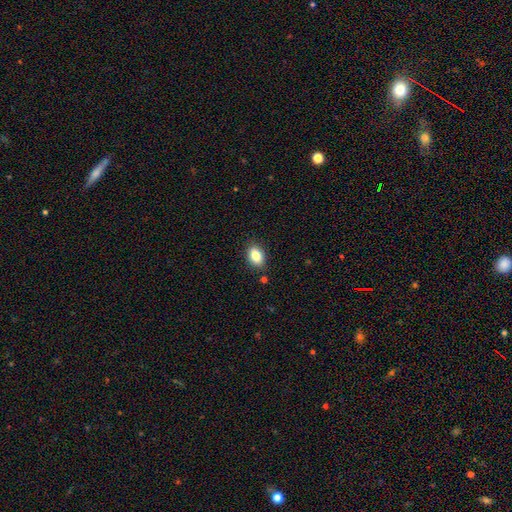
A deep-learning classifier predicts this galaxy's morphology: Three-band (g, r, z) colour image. It shows a smooth galaxy with no disk features (85%) that is in between round and cigar-shaped (85%). Merging: none (87%).